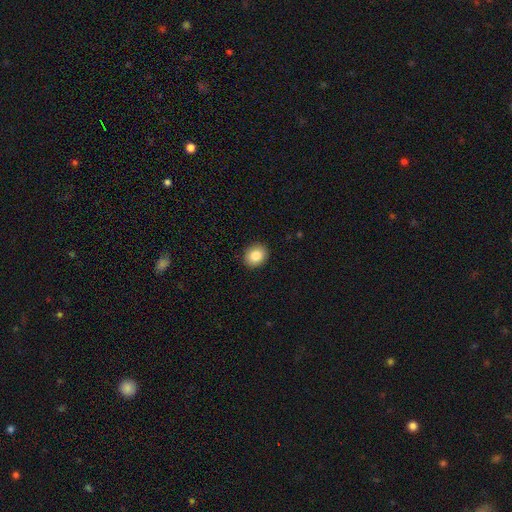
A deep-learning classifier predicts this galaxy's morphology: A smooth galaxy with no disk features (84%) that is round (60%).

Vote fractions:
- Smooth or featured? smooth: 84% / star or artifact: 9% / featured or disk: 7%
- How rounded? round: 60% / in between: 39% / cigar-shaped: 1%
- Merging? none: 91% / minor disturbance: 7% / major disturbance: 2% / merger: 1%